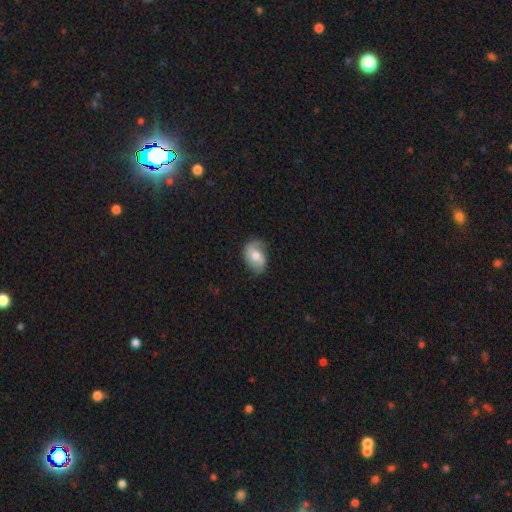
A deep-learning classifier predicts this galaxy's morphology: Smooth or featured?
  - featured or disk: 56% *
  - smooth: 37%
  - star or artifact: 7%
Edge-on disk?
  - no: 96% *
  - yes: 4%
Bar?
  - no: 55% *
  - weak: 36%
  - strong: 9%
Spiral arms?
  - yes: 86% *
  - no: 14%
Bulge size?
  - moderate: 70% *
  - small: 16%
  - large: 11%
  - none: 2%
  - dominant: 1%
Merging?
  - none: 65% *
  - minor disturbance: 25%
  - major disturbance: 9%
  - merger: 1%